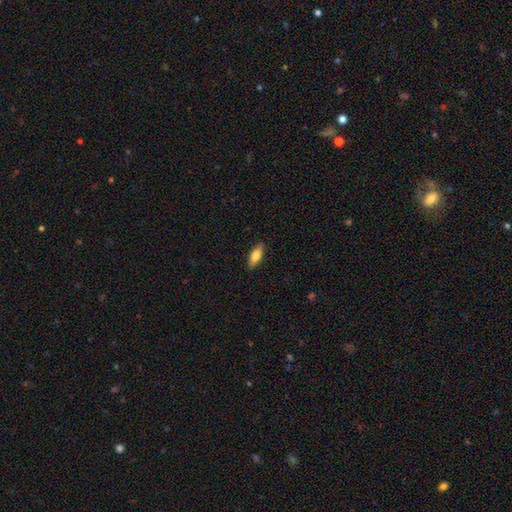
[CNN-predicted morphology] Smooth or featured? smooth (71%)
How rounded? in between (65%)
Merging? none (88%)